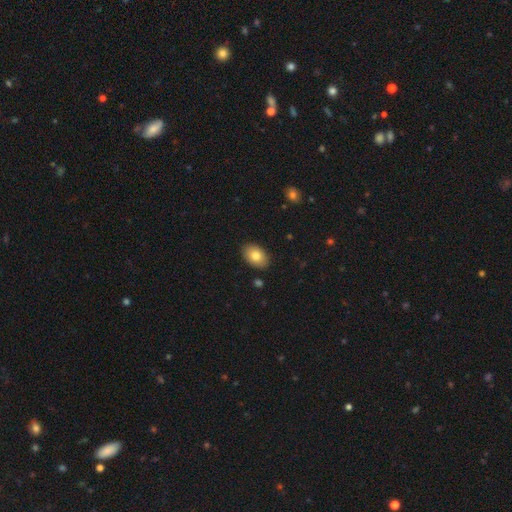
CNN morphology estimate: Smooth or featured: smooth — 81% (featured or disk — 12%)
How rounded: in between — 88% (round — 11%)
Merging: none — 88% (minor disturbance — 9%)